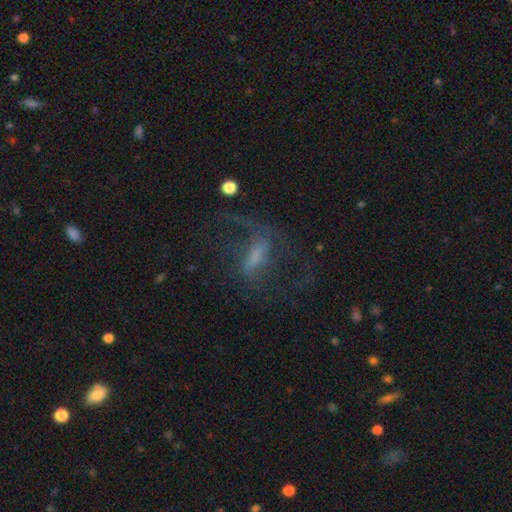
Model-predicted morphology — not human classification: featured or disk 69%, smooth 17%, star or artifact 14%. Down the decision tree: edge-on disk — no (89%); bar — strong (52%); spiral arms — yes (78%); bulge size — none (35%); merging — none (51%).